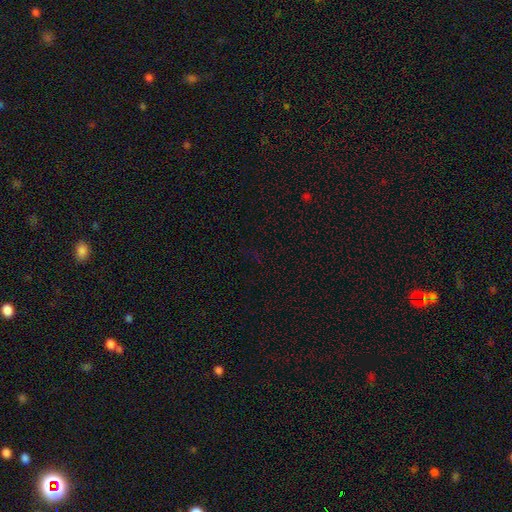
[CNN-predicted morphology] Smooth or featured?
  - star or artifact: 70% *
  - smooth: 22%
  - featured or disk: 8%